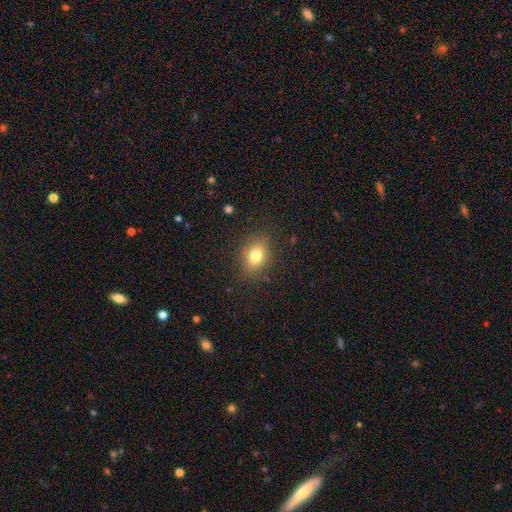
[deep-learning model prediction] Smooth or featured: smooth — 78% (star or artifact — 11%)
How rounded: in between — 62% (round — 36%)
Merging: none — 83% (minor disturbance — 12%)